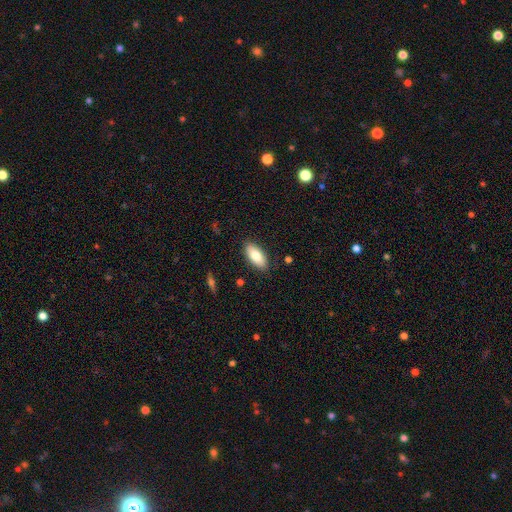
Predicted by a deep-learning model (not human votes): Smooth or featured? Predicted: smooth (p=0.81). How rounded? Predicted: in between (p=0.89). Merging? Predicted: none (p=0.87).